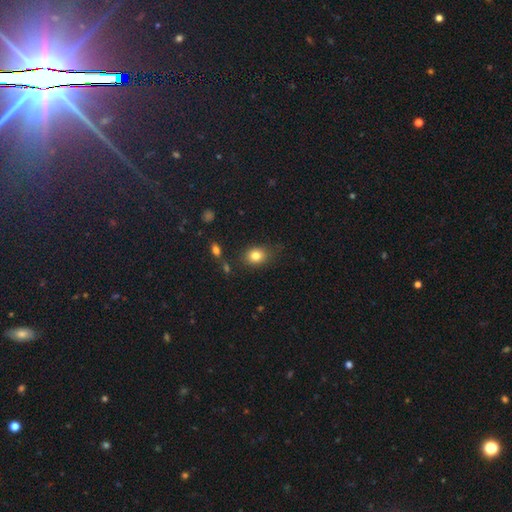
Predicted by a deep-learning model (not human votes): A smooth galaxy with no disk features (81%) that is in between round and cigar-shaped (52%). Merging: none (77%).